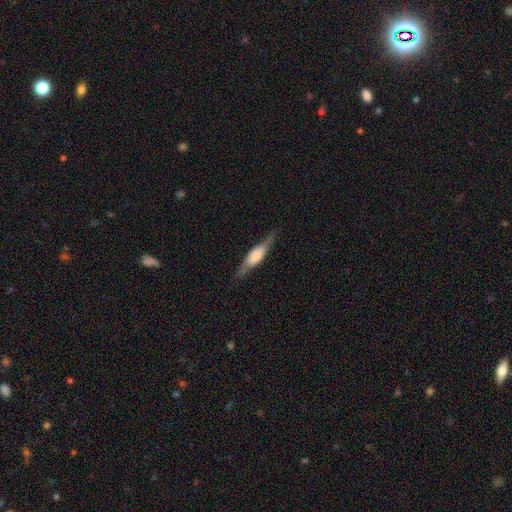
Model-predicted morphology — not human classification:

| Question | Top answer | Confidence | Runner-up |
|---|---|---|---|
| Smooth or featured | featured or disk | 51% | smooth (43%) |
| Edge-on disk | yes | 87% | no (13%) |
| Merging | none | 78% | minor disturbance (16%) |